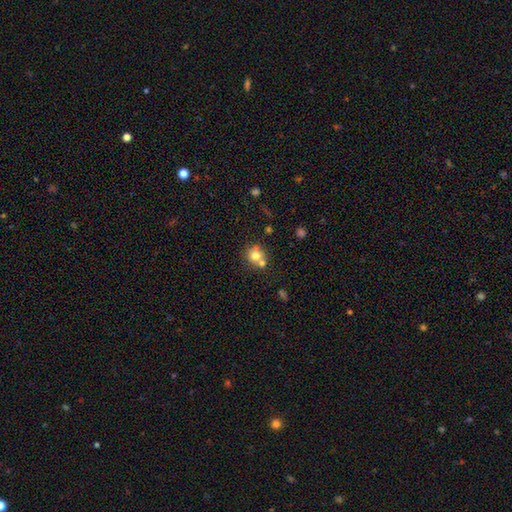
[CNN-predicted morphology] smooth 74%, featured or disk 14%, star or artifact 12%. Down the decision tree: how rounded — round (86%); merging — none (52%).